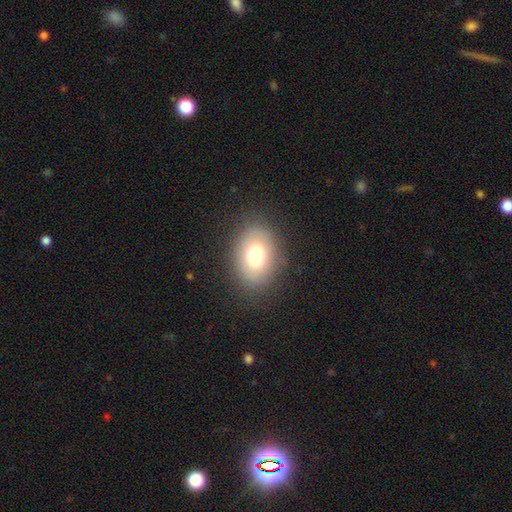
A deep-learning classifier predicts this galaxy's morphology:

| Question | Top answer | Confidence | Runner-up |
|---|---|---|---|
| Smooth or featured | smooth | 73% | featured or disk (16%) |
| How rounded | in between | 75% | round (24%) |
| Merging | none | 83% | minor disturbance (11%) |